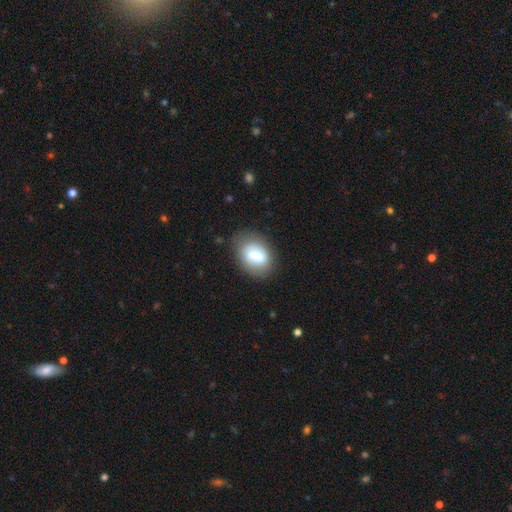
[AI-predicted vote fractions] Smooth or featured?
  - smooth: 68% *
  - featured or disk: 24%
  - star or artifact: 8%
How rounded?
  - in between: 83% *
  - round: 16%
  - cigar-shaped: 2%
Merging?
  - none: 73% *
  - minor disturbance: 19%
  - major disturbance: 7%
  - merger: 2%